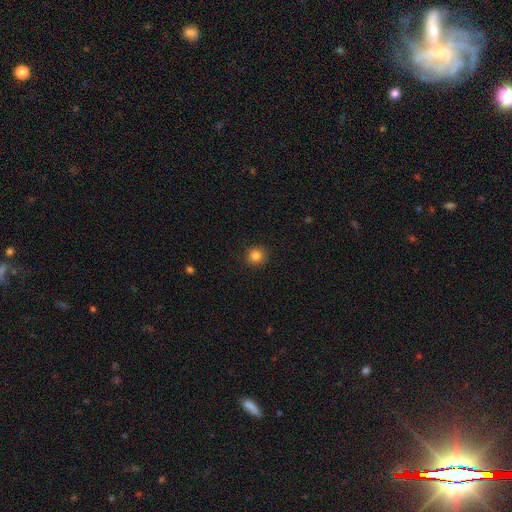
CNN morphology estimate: Smooth or featured? Predicted: smooth (p=0.84). How rounded? Predicted: round (p=0.91). Merging? Predicted: none (p=0.92).